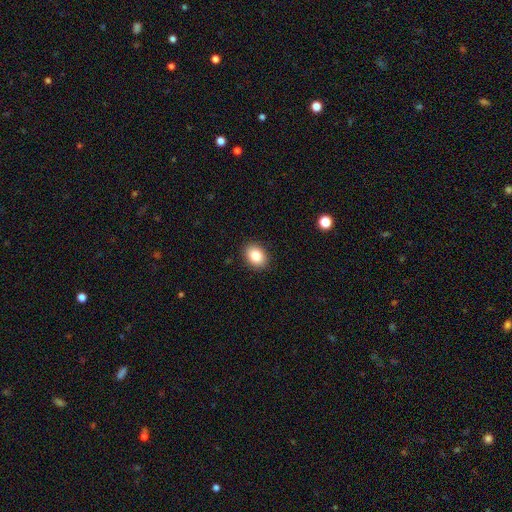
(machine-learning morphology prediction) Smooth or featured?
  - smooth: 84% *
  - star or artifact: 9%
  - featured or disk: 8%
How rounded?
  - in between: 64% *
  - round: 35%
  - cigar-shaped: 1%
Merging?
  - none: 90% *
  - minor disturbance: 7%
  - major disturbance: 2%
  - merger: 1%